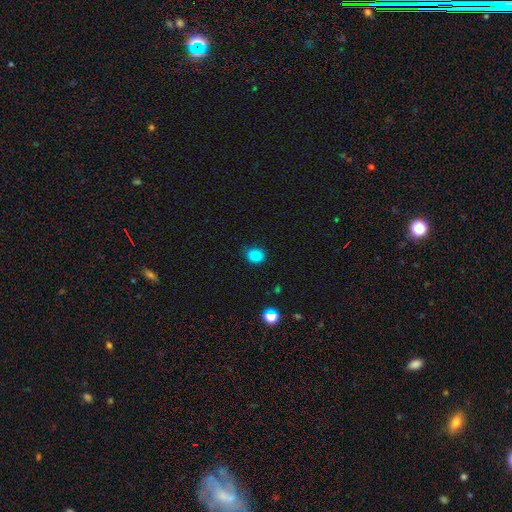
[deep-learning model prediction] Morphology: type=smooth (84%); roundness=round (55%); merging=none (81%).